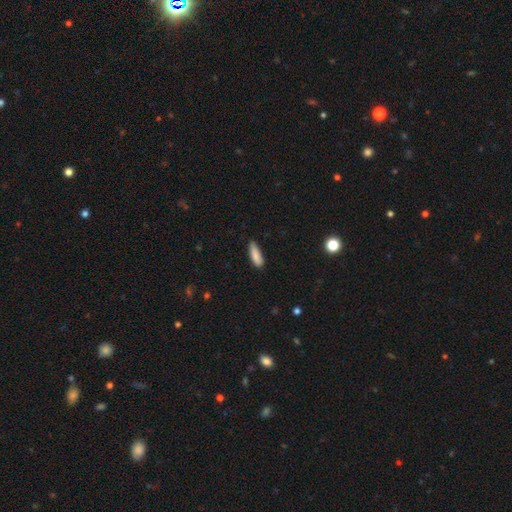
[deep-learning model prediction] This is clearly a smooth galaxy (86%). How rounded: possibly cigar-shaped (54%). Merging: likely none (75%).